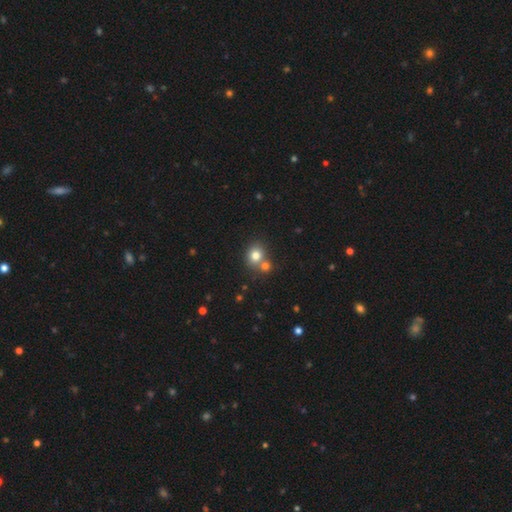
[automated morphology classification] Q: Smooth or featured?
A: smooth (78%); runner-up: star or artifact (13%)
Q: How rounded?
A: round (73%); runner-up: in between (26%)
Q: Merging?
A: none (51%); runner-up: merger (38%)